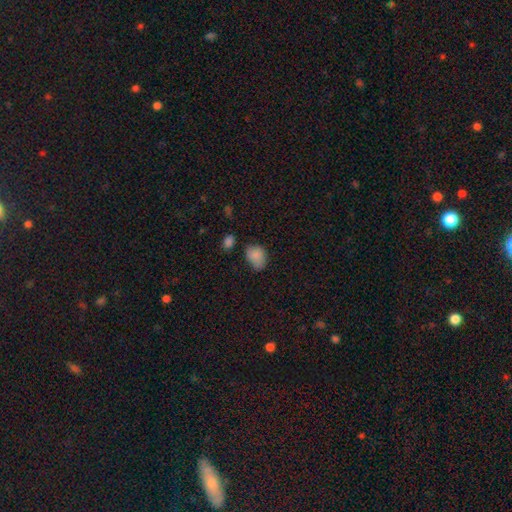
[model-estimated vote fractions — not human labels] Smooth or featured: smooth — 84% (star or artifact — 10%)
How rounded: in between — 70% (round — 29%)
Merging: none — 55% (minor disturbance — 32%)